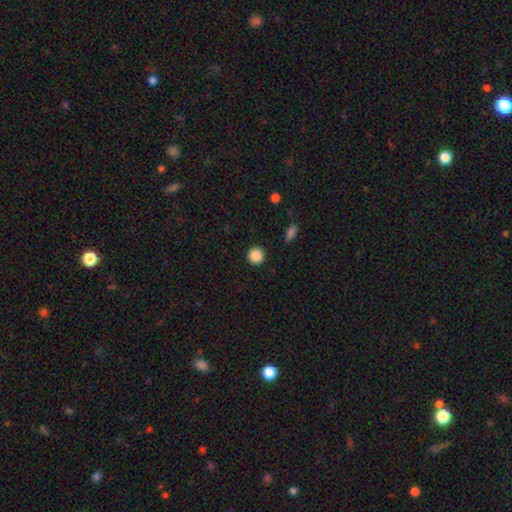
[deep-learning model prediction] Q: Smooth or featured?
A: smooth (87%); runner-up: star or artifact (9%)
Q: How rounded?
A: round (95%); runner-up: in between (4%)
Q: Merging?
A: none (92%); runner-up: minor disturbance (5%)